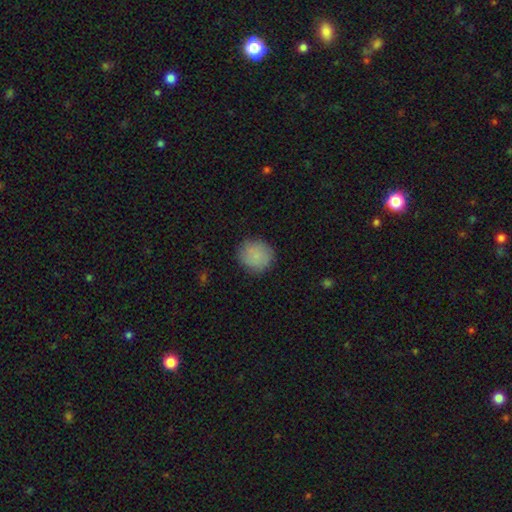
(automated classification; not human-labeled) Smooth or featured? Predicted: smooth (p=0.84). How rounded? Predicted: round (p=0.89). Merging? Predicted: none (p=0.83).